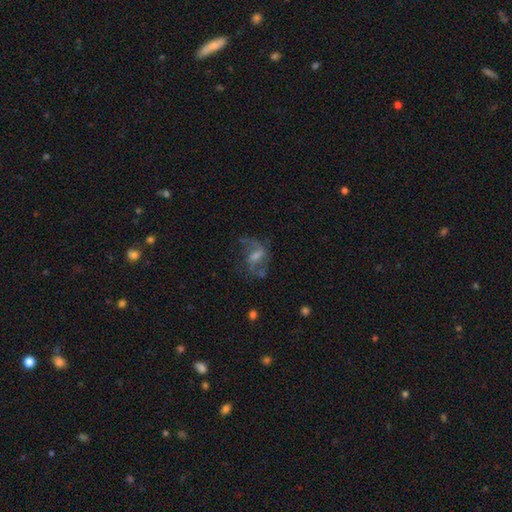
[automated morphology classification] Smooth or featured? Predicted: featured or disk (p=0.70). Edge-on disk? Predicted: no (p=0.96). Bar? Predicted: weak (p=0.52). Spiral arms? Predicted: yes (p=0.84). Spiral winding? Predicted: loose (p=0.53). Spiral arm count? Predicted: 2 (p=0.74). Bulge size? Predicted: moderate (p=0.37). Merging? Predicted: none (p=0.54).